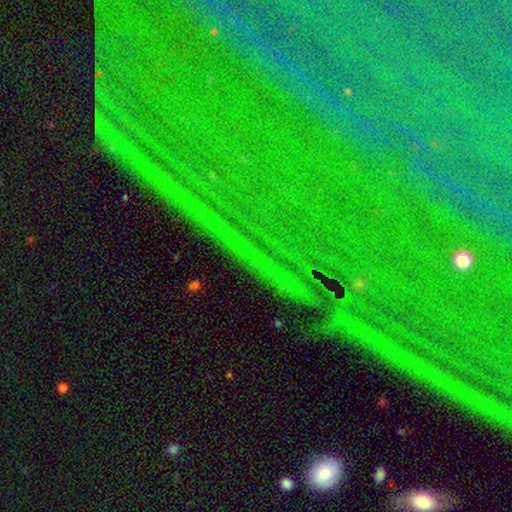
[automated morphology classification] A star or artifact, not a galaxy (84%).